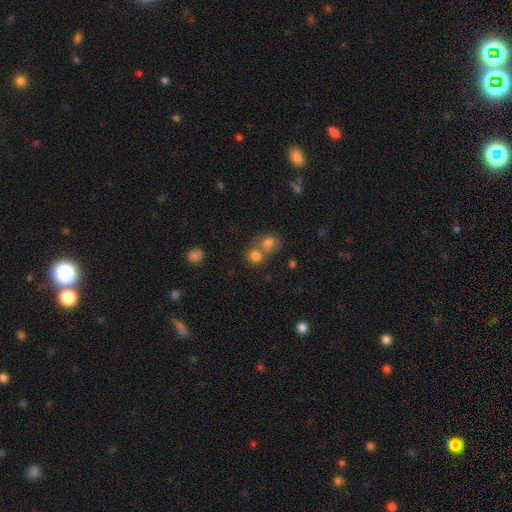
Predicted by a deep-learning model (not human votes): A smooth galaxy with no disk features (77%) that is round (76%).

Vote fractions:
- Smooth or featured? smooth: 77% / star or artifact: 13% / featured or disk: 10%
- How rounded? round: 76% / in between: 23% / cigar-shaped: 1%
- Merging? merger: 51% / none: 39% / minor disturbance: 7% / major disturbance: 3%